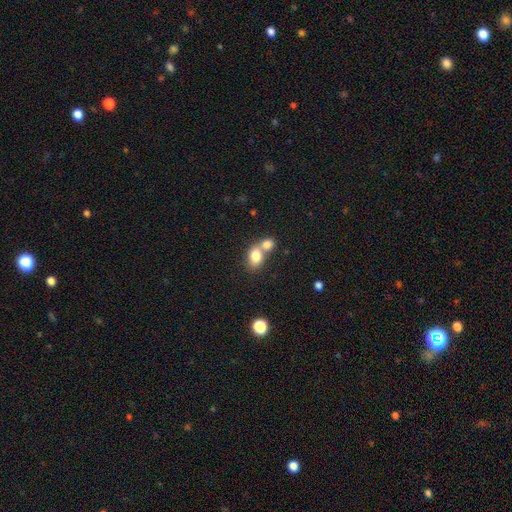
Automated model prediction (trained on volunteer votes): A smooth galaxy with no disk features (79%) that is in between round and cigar-shaped (67%). Merging: merger (62%).